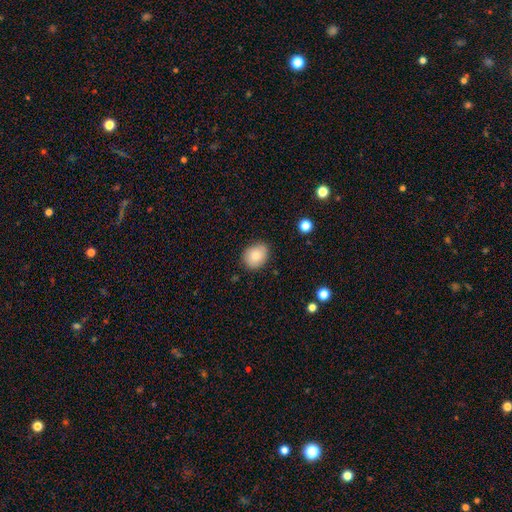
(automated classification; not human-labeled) Smooth or featured?
  - smooth: 83% *
  - featured or disk: 10%
  - star or artifact: 8%
How rounded?
  - round: 50% *
  - in between: 49%
  - cigar-shaped: 1%
Merging?
  - none: 82% *
  - minor disturbance: 14%
  - major disturbance: 3%
  - merger: 1%